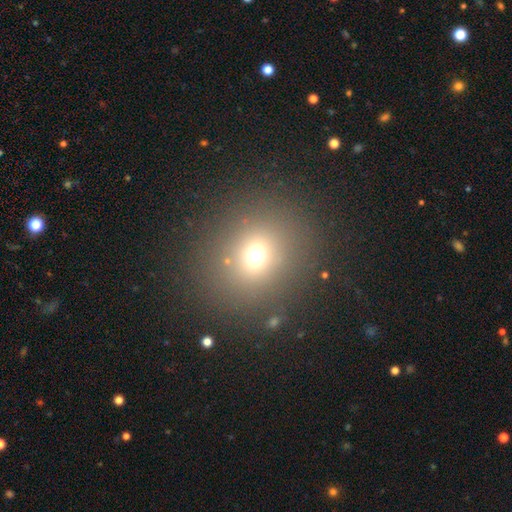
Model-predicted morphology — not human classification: Smooth or featured? smooth (68%)
How rounded? round (77%)
Merging? none (84%)